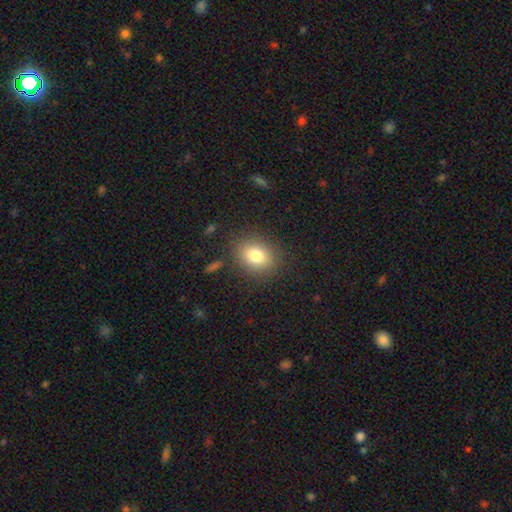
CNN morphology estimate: type=smooth (80%); roundness=in between (50%); merging=none (85%).